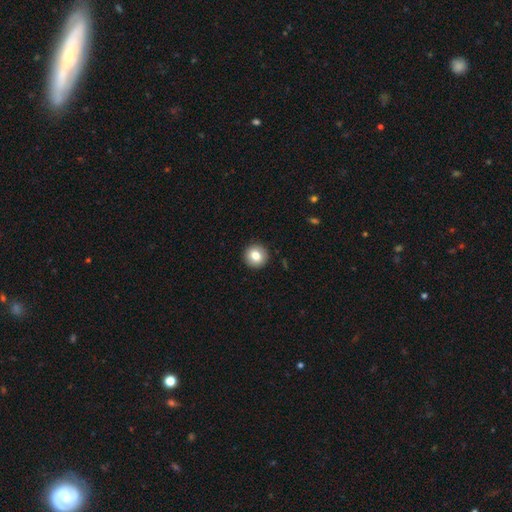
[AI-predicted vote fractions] A smooth galaxy with no disk features (81%) that is round (94%).

Vote fractions:
- Smooth or featured? smooth: 81% / featured or disk: 11% / star or artifact: 9%
- How rounded? round: 94% / in between: 5% / cigar-shaped: 1%
- Merging? none: 92% / minor disturbance: 5% / major disturbance: 2% / merger: 1%